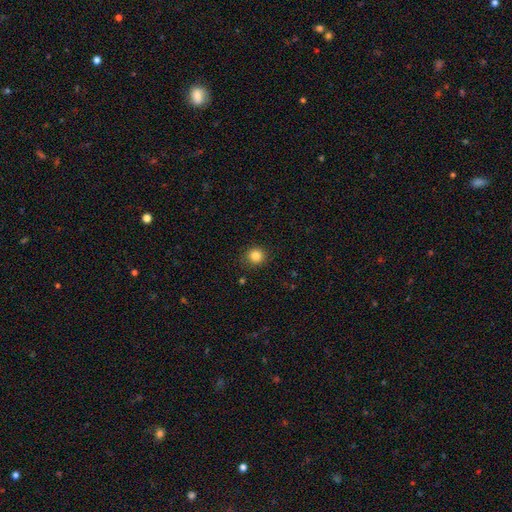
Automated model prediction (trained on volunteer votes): Smooth or featured?
  - smooth: 85% *
  - star or artifact: 11%
  - featured or disk: 4%
How rounded?
  - round: 89% *
  - in between: 10%
  - cigar-shaped: 1%
Merging?
  - none: 88% *
  - minor disturbance: 9%
  - major disturbance: 3%
  - merger: 1%